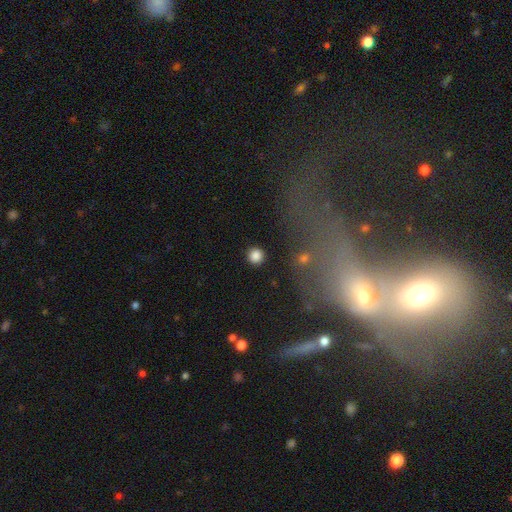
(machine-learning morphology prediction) A smooth galaxy with no disk features (85%) that is round (95%). Merging: none (91%).